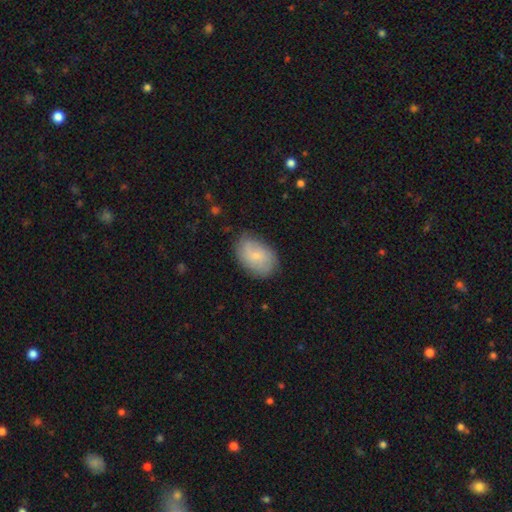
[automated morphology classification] type=smooth (60%); roundness=in between (86%); merging=none (73%).